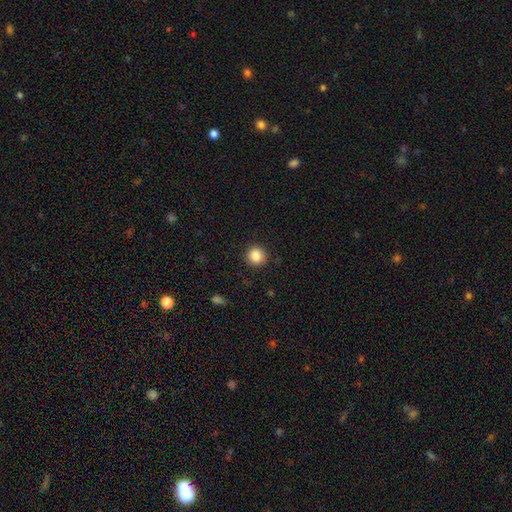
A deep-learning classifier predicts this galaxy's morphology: This appears to be a smooth galaxy with no disk features (86%) that is round (92%). Merging: none (90%).